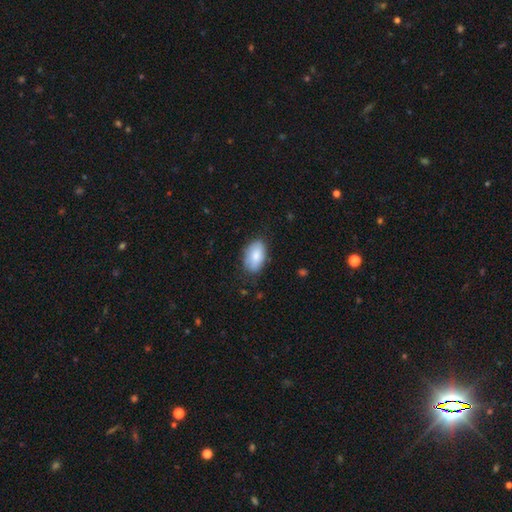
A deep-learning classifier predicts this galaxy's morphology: This appears to be a smooth galaxy with no disk features (80%) that is in between round and cigar-shaped (93%). Merging: none (73%).